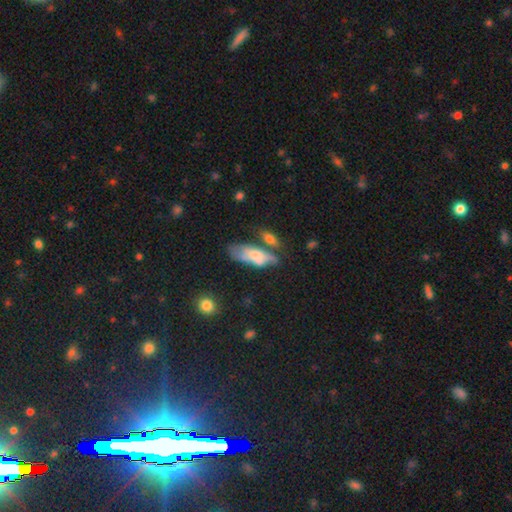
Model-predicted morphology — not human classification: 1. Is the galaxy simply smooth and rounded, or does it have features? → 59% smooth, 33% featured or disk, 8% star or artifact.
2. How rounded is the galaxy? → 74% in between, 23% cigar-shaped, 3% round.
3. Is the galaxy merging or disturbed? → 36% none, 24% merger, 24% minor disturbance, 16% major disturbance.